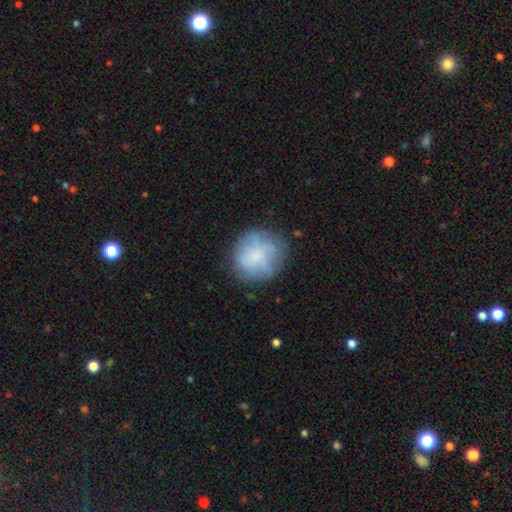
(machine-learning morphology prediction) smooth 61%, featured or disk 30%, star or artifact 9%. Down the decision tree: how rounded — round (79%); merging — none (67%).